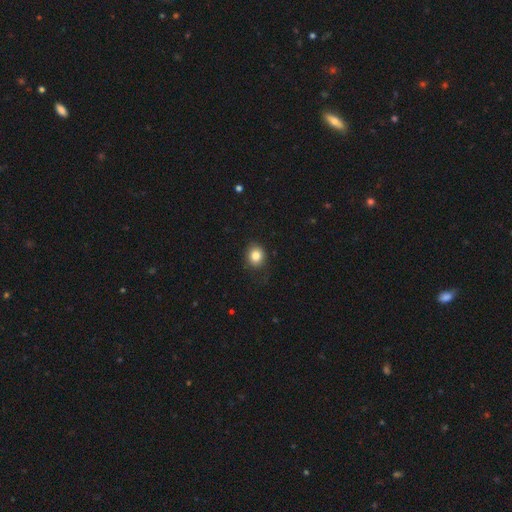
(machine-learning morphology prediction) smooth 83%, star or artifact 10%, featured or disk 7%. Down the decision tree: how rounded — round (73%); merging — none (82%).